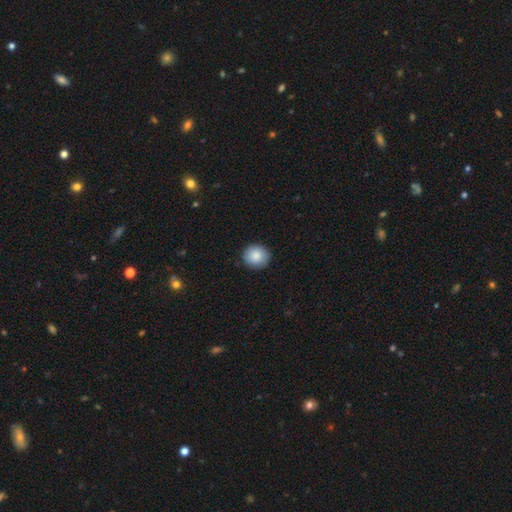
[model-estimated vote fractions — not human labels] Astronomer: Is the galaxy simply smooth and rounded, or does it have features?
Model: smooth — 87%.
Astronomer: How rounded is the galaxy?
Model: round — 89%.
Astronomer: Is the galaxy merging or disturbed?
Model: none — 89%.